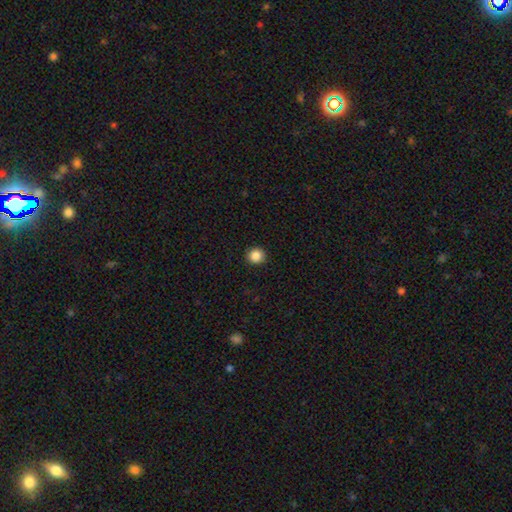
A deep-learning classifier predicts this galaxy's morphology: This appears to be a smooth galaxy with no disk features (87%) that is round (93%). Merging: none (93%).